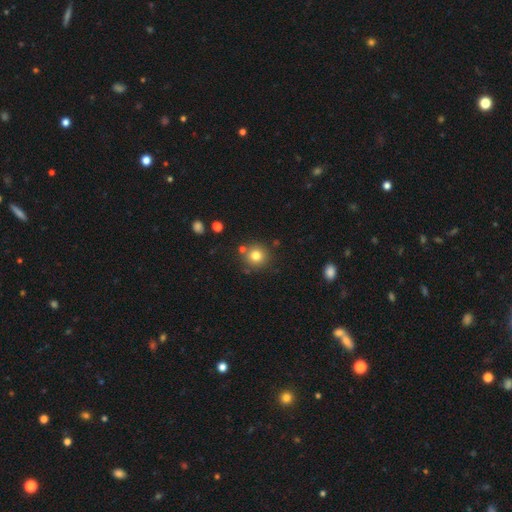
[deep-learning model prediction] Q: Smooth or featured?
A: smooth (78%); runner-up: star or artifact (13%)
Q: How rounded?
A: round (93%); runner-up: in between (6%)
Q: Merging?
A: none (80%); runner-up: minor disturbance (9%)